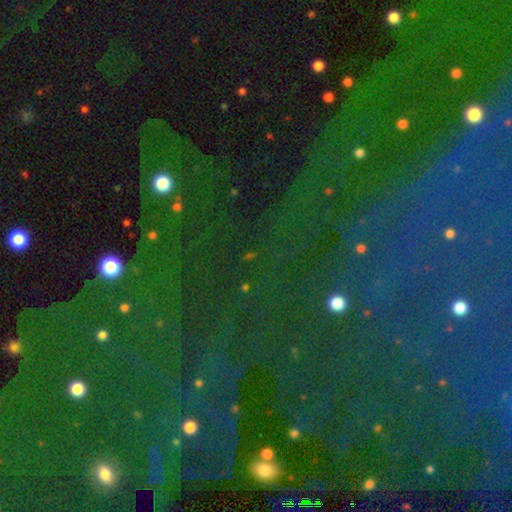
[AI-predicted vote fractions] A star or artifact, not a galaxy (80%).

Vote fractions:
- Smooth or featured? star or artifact: 80% / smooth: 11% / featured or disk: 10%